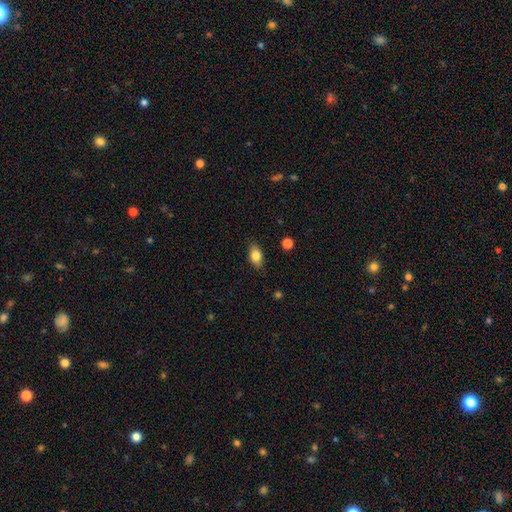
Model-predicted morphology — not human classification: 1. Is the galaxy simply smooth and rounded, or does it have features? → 81% smooth, 11% featured or disk, 8% star or artifact.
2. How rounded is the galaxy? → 87% in between, 9% round, 4% cigar-shaped.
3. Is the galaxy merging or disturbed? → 84% none, 13% minor disturbance, 3% major disturbance, 1% merger.